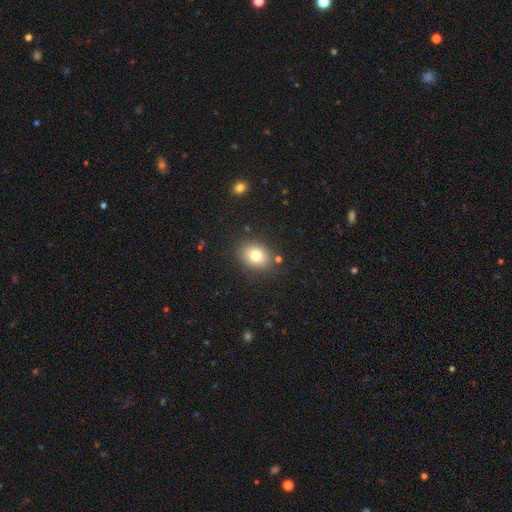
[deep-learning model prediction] This appears to be a smooth galaxy with no disk features (77%) that is in between round and cigar-shaped (54%). Merging: none (84%).